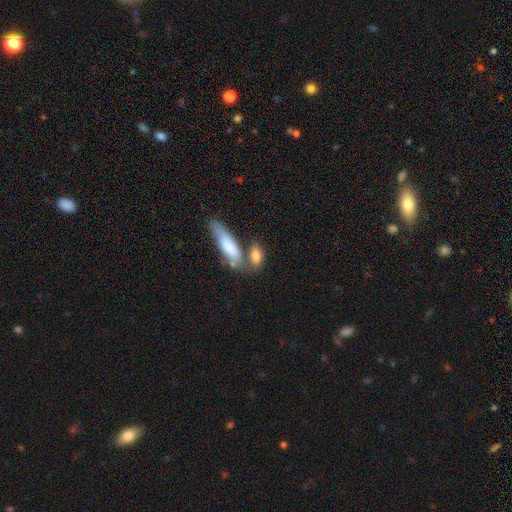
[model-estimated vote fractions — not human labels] The model was most divided on "merging": none: 43%, merger: 35%, minor disturbance: 15%, major disturbance: 7%. More confident: smooth or featured — smooth (79%); how rounded — in between (71%).